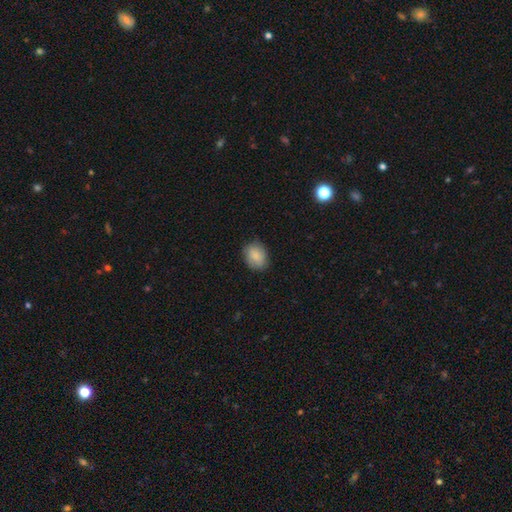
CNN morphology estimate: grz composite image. It shows a smooth galaxy with no disk features (86%) that is in between round and cigar-shaped (63%). Merging: none (81%).